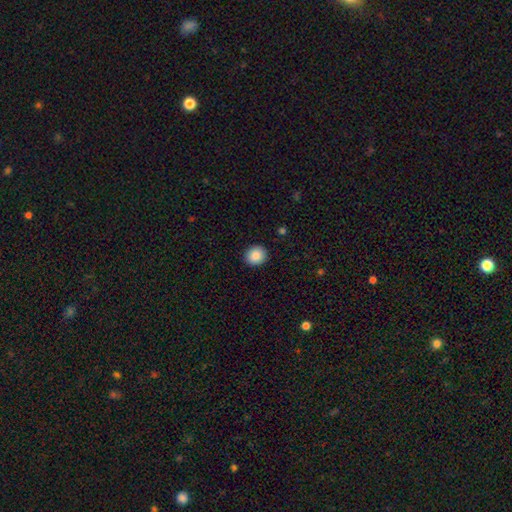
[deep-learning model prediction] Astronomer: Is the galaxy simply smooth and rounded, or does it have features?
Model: smooth — 88%.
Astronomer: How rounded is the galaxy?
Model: round — 84%.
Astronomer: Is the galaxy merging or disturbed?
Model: none — 91%.